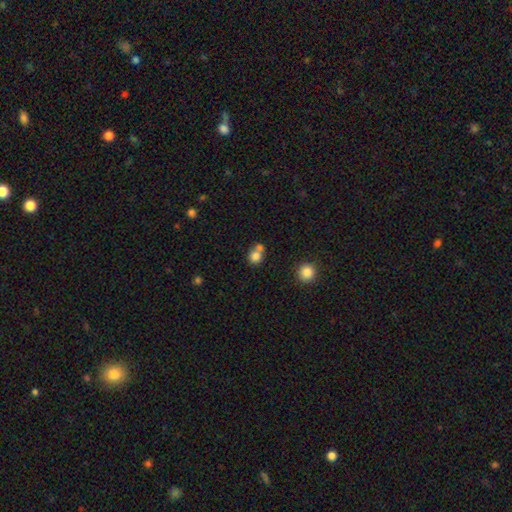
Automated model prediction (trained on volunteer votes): A smooth galaxy with no disk features (78%) that is round (77%).

Vote fractions:
- Smooth or featured? smooth: 78% / star or artifact: 11% / featured or disk: 11%
- How rounded? round: 77% / in between: 22% / cigar-shaped: 1%
- Merging? merger: 47% / none: 41% / minor disturbance: 9% / major disturbance: 3%